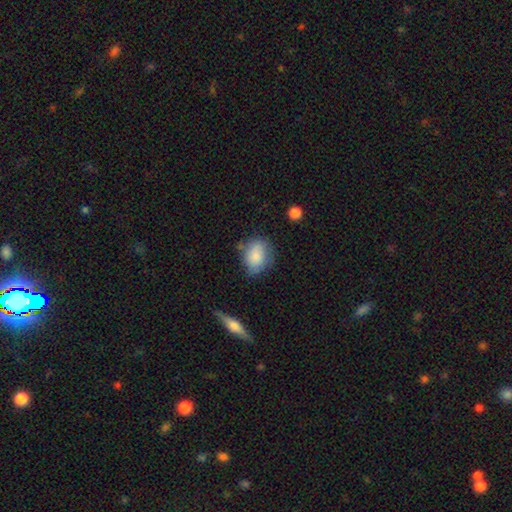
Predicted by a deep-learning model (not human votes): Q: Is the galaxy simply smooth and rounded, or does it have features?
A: smooth — 81%.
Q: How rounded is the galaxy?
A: in between — 58%.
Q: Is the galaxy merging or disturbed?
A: none — 63%.